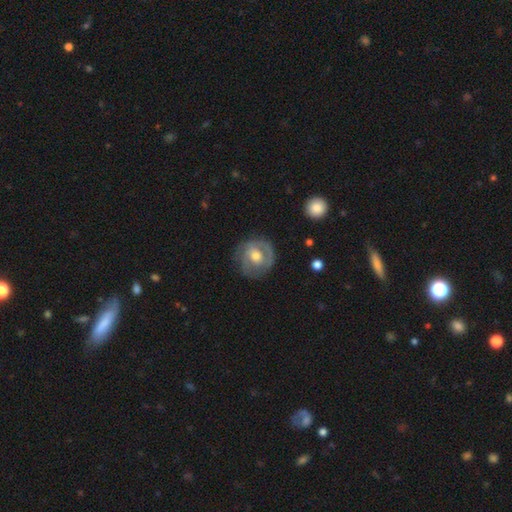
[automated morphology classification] Q: Smooth or featured?
A: featured or disk (63%); runner-up: smooth (30%)
Q: Edge-on disk?
A: no (97%); runner-up: yes (3%)
Q: Bar?
A: no (55%); runner-up: weak (35%)
Q: Spiral arms?
A: yes (73%); runner-up: no (27%)
Q: Bulge size?
A: moderate (70%); runner-up: small (20%)
Q: Merging?
A: none (72%); runner-up: minor disturbance (18%)